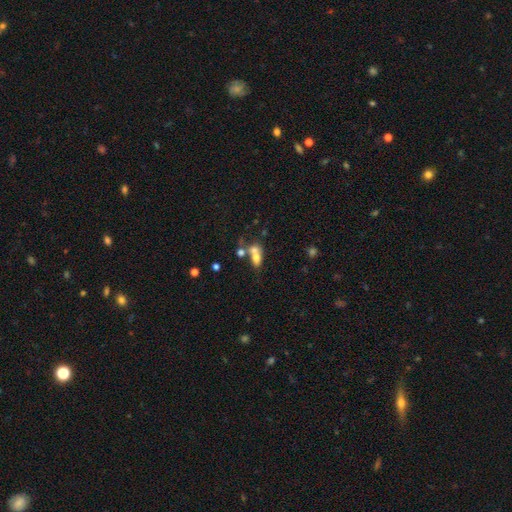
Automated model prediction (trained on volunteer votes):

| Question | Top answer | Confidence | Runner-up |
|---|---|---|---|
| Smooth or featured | smooth | 66% | featured or disk (22%) |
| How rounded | in between | 68% | round (28%) |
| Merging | merger | 61% | none (24%) |